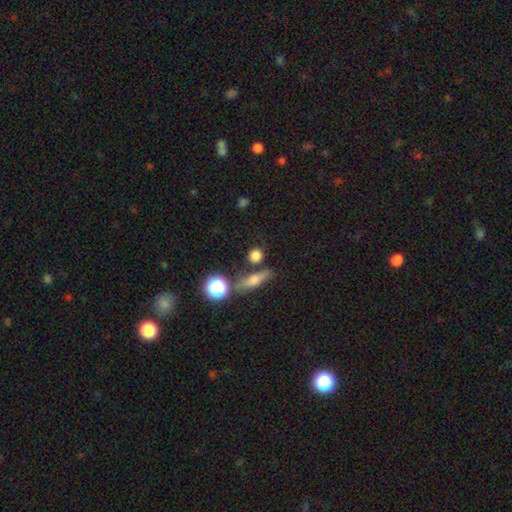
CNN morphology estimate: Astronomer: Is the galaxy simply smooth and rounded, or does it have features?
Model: smooth — 77%.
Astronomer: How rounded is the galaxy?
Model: round — 78%.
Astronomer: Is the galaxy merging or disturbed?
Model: none — 75%.